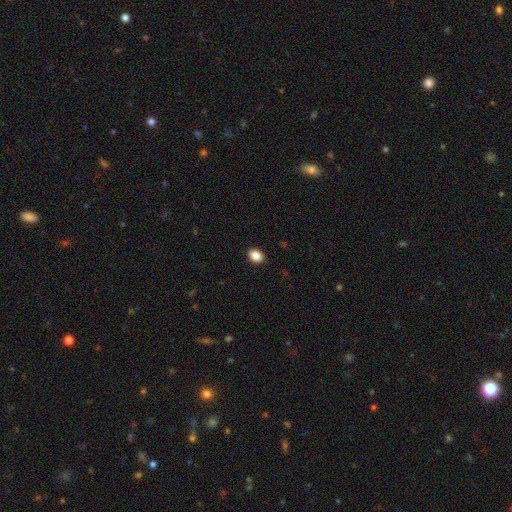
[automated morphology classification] The model was most divided on "how rounded": in between: 66%, round: 33%, cigar-shaped: 1%. More confident: merging — none (91%); smooth or featured — smooth (87%).